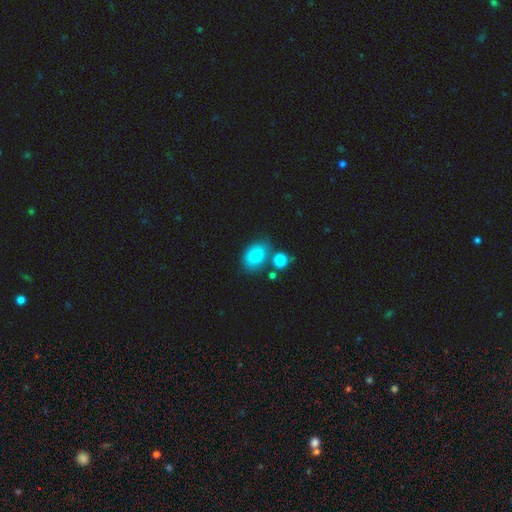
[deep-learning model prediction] The model was most divided on "merging": none: 64%, minor disturbance: 18%, merger: 12%, major disturbance: 5%. More confident: smooth or featured — smooth (85%); how rounded — in between (81%).